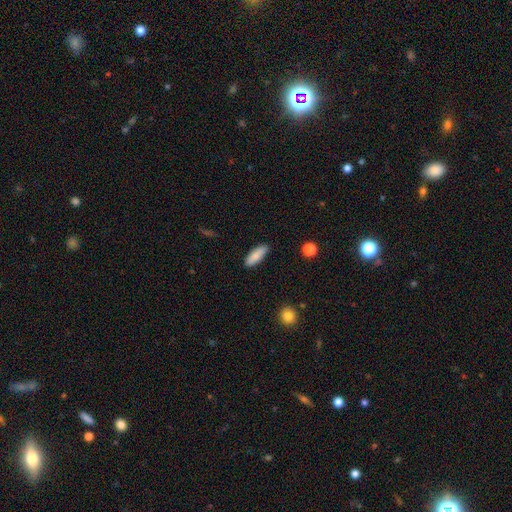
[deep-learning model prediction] smooth 85%, featured or disk 9%, star or artifact 6%. Down the decision tree: how rounded — in between (64%); merging — none (86%).